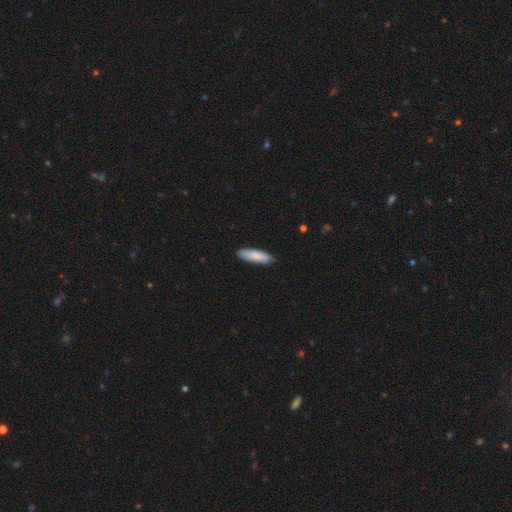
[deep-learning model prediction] Q: Smooth or featured?
A: smooth (87%); runner-up: featured or disk (8%)
Q: How rounded?
A: cigar-shaped (58%); runner-up: in between (41%)
Q: Merging?
A: none (89%); runner-up: minor disturbance (8%)